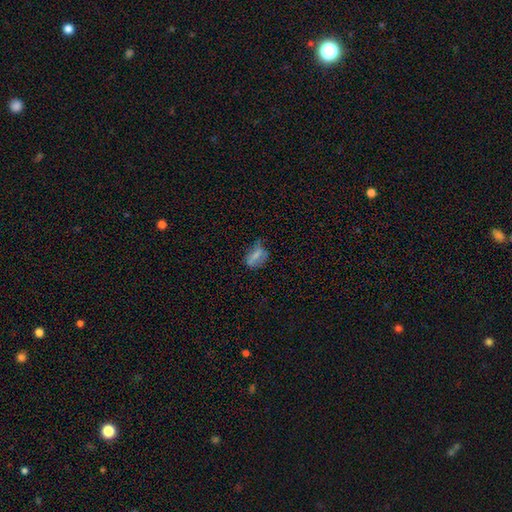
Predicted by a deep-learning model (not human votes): Smooth or featured?
  - smooth: 64% *
  - featured or disk: 22%
  - star or artifact: 14%
How rounded?
  - in between: 78% *
  - round: 17%
  - cigar-shaped: 4%
Merging?
  - none: 49% *
  - minor disturbance: 33%
  - major disturbance: 16%
  - merger: 3%